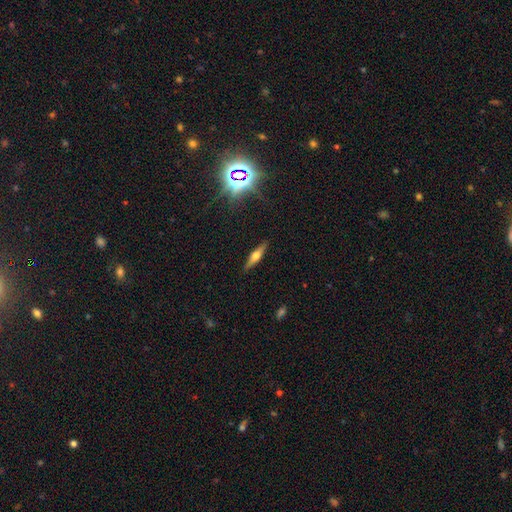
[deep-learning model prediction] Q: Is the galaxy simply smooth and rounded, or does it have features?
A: featured or disk — 60%.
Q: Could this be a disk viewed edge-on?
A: yes — 95%.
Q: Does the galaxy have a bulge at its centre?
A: rounded — 92%.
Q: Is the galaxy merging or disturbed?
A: none — 89%.